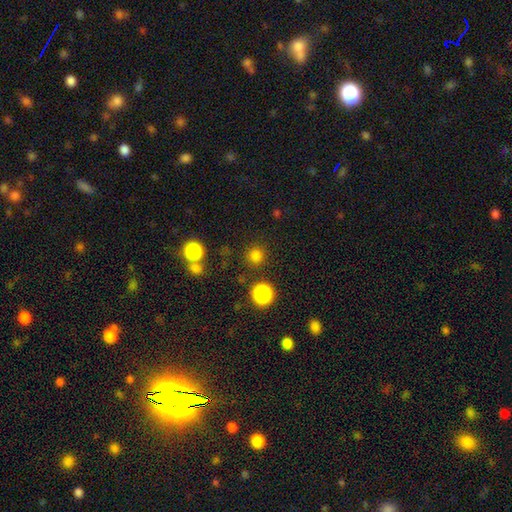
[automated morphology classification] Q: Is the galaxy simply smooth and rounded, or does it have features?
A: smooth — 77%.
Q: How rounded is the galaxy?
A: round — 93%.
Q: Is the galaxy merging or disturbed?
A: none — 86%.